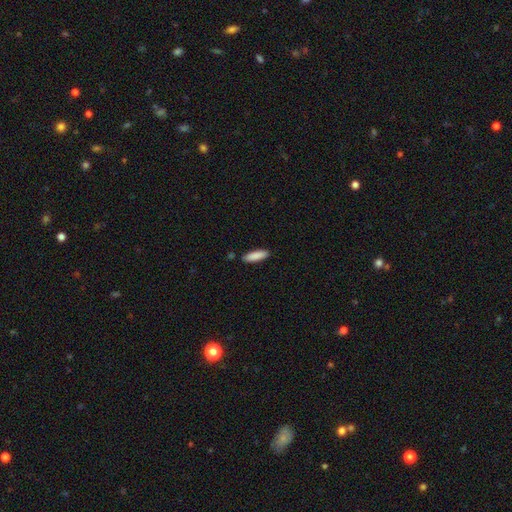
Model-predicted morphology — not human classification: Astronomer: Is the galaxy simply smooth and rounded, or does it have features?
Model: smooth — 89%.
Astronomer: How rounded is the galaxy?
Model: cigar-shaped — 56% (runner-up: in between, 43%).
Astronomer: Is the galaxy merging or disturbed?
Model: none — 87%.